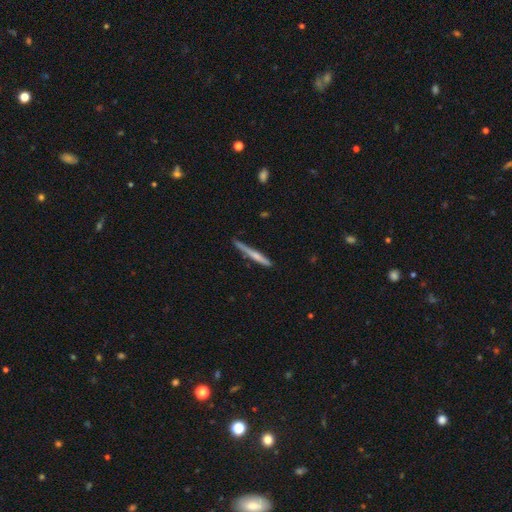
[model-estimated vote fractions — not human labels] This is possibly a smooth galaxy (49%). Merging: likely none (76%).